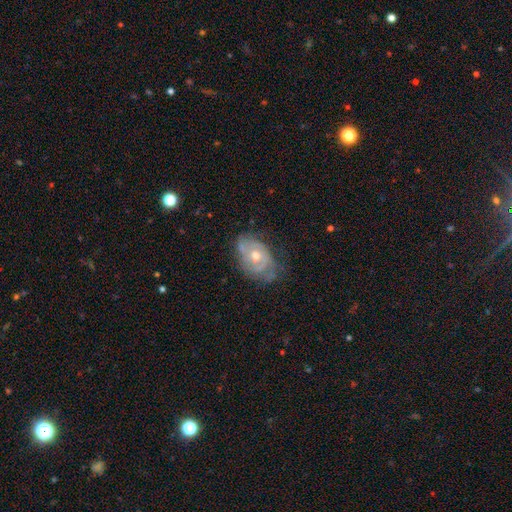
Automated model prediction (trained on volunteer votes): smooth_or_featured: featured or disk (p=0.77) [alt: smooth p=0.16]
disk_edge_on: no (p=0.95) [alt: yes p=0.05]
bar: no (p=0.76) [alt: weak p=0.20]
has_spiral_arms: yes (p=0.84) [alt: no p=0.16]
spiral_winding: tight (p=0.59) [alt: medium p=0.31]
spiral_arm_count: can't tell (p=0.40) [alt: 2 p=0.30]
bulge_size: moderate (p=0.67) [alt: small p=0.28]
merging: none (p=0.64) [alt: minor disturbance p=0.25]